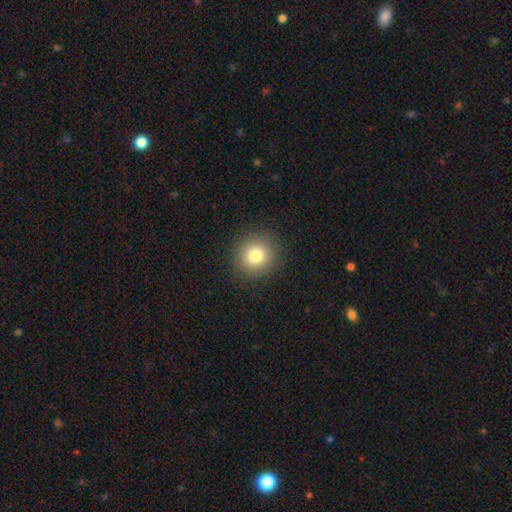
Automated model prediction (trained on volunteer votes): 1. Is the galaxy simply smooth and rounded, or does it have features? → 80% smooth, 12% star or artifact, 8% featured or disk.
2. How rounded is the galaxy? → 92% round, 7% in between, 1% cigar-shaped.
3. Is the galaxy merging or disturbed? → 90% none, 6% minor disturbance, 3% major disturbance, 1% merger.